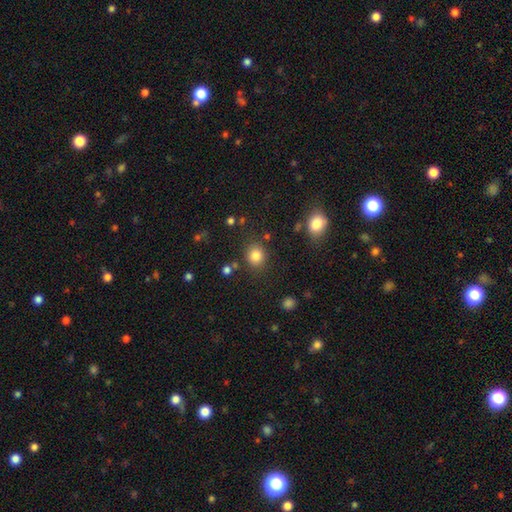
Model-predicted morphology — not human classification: smooth_or_featured: smooth (p=0.83) [alt: star or artifact p=0.12]
how_rounded: round (p=0.76) [alt: in between p=0.23]
merging: none (p=0.84) [alt: minor disturbance p=0.09]